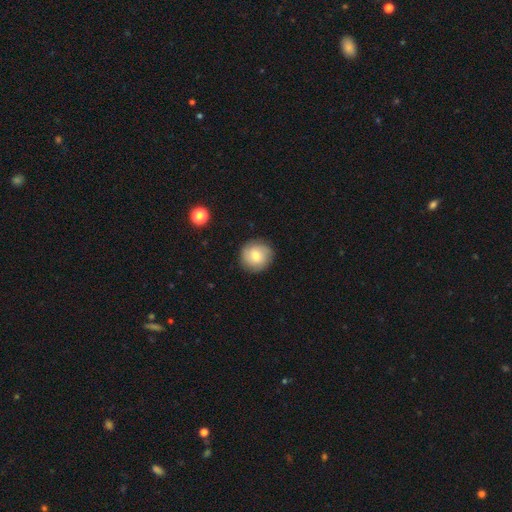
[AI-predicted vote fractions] This is likely a smooth galaxy (71%). How rounded: clearly round (92%). Merging: clearly none (87%).